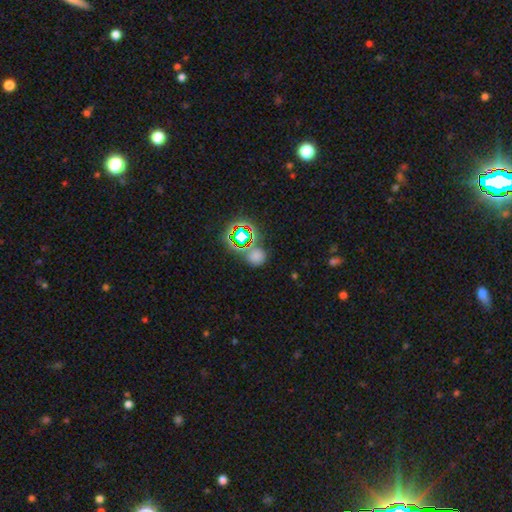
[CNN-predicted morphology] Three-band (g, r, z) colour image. It shows a smooth galaxy with no disk features (56%) that is round (81%). Merging: none (66%).